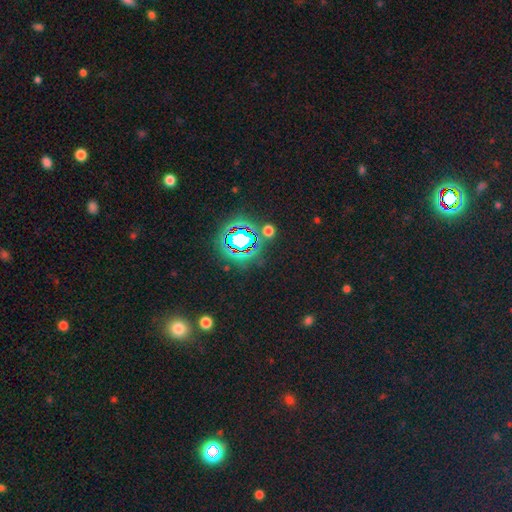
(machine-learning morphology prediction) A star or artifact, not a galaxy (77%).

Vote fractions:
- Smooth or featured? star or artifact: 77% / smooth: 16% / featured or disk: 7%